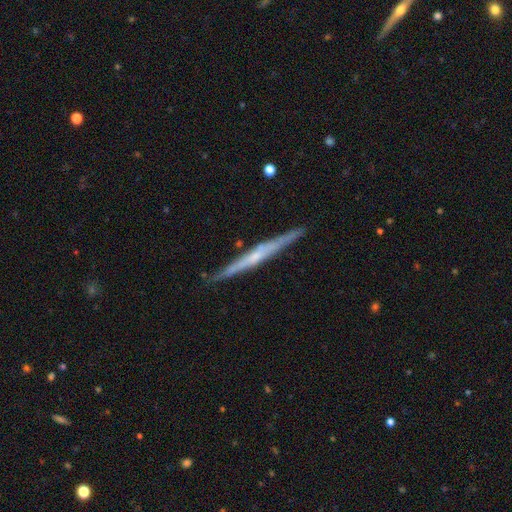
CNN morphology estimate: smooth_or_featured: featured or disk (p=0.68) [alt: smooth p=0.26]
disk_edge_on: yes (p=0.97) [alt: no p=0.03]
edge_on_bulge: none (p=0.56) [alt: rounded p=0.34]
merging: none (p=0.87) [alt: minor disturbance p=0.10]